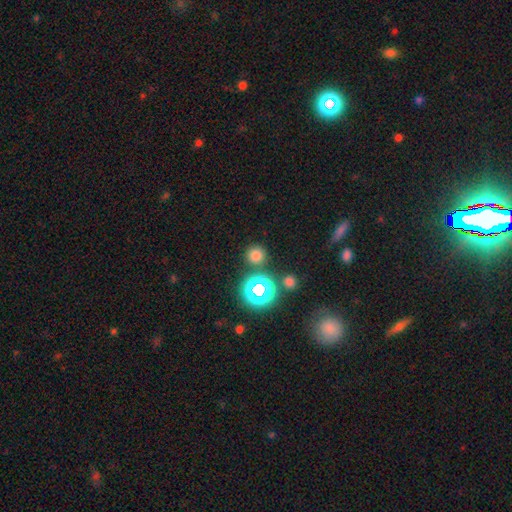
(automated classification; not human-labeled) smooth_or_featured: smooth (p=0.72) [alt: star or artifact p=0.22]
how_rounded: round (p=0.93) [alt: in between p=0.06]
merging: none (p=0.85) [alt: minor disturbance p=0.07]